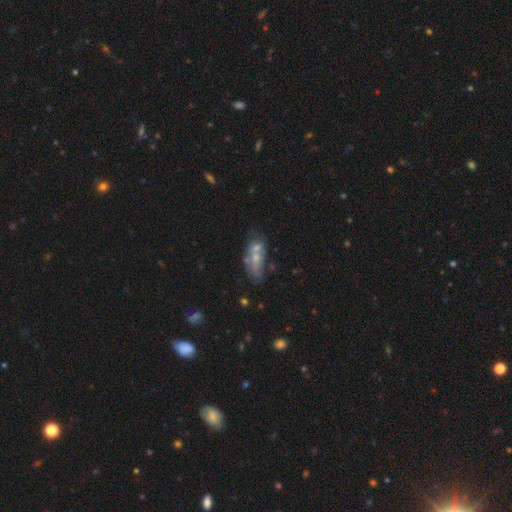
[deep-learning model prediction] This is possibly a smooth galaxy (45%). Merging: marginally none (39%).